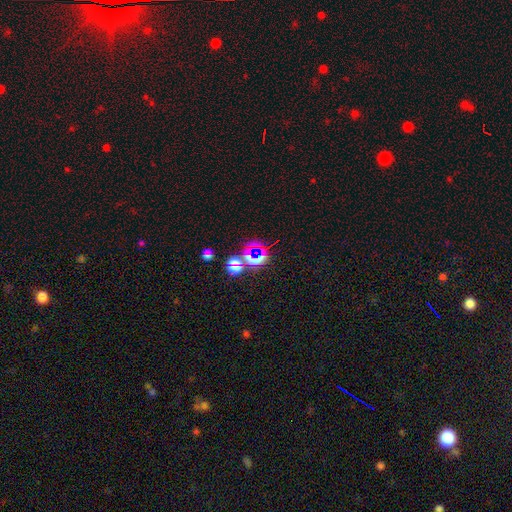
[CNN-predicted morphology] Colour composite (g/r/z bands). It shows a star or artifact, not a galaxy (70%).